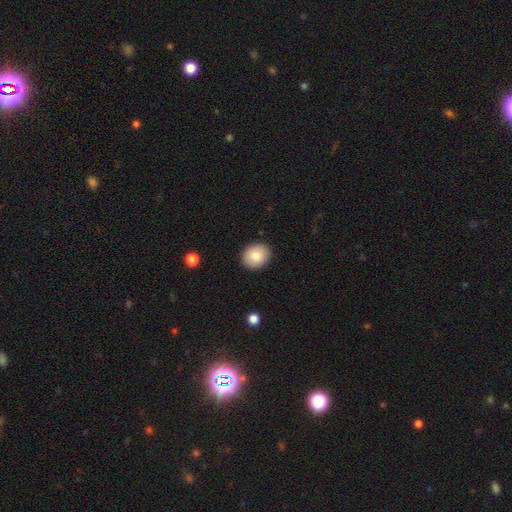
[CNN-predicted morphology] Smooth or featured?
  - smooth: 85% *
  - featured or disk: 8%
  - star or artifact: 7%
How rounded?
  - round: 65% *
  - in between: 34%
  - cigar-shaped: 1%
Merging?
  - none: 90% *
  - minor disturbance: 7%
  - major disturbance: 2%
  - merger: 1%